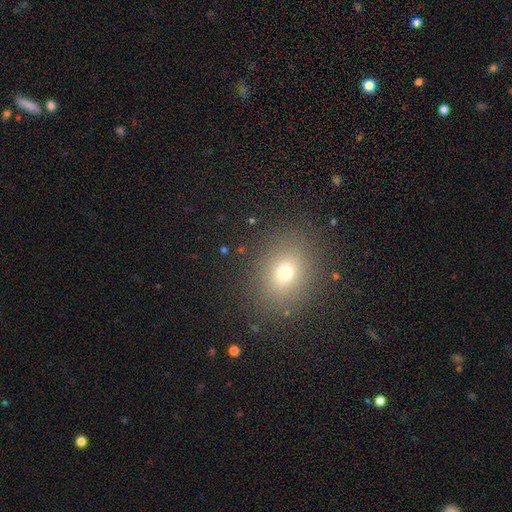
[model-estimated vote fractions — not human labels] Q: Smooth or featured?
A: smooth (67%); runner-up: star or artifact (24%)
Q: How rounded?
A: round (56%); runner-up: in between (42%)
Q: Merging?
A: none (90%); runner-up: minor disturbance (6%)